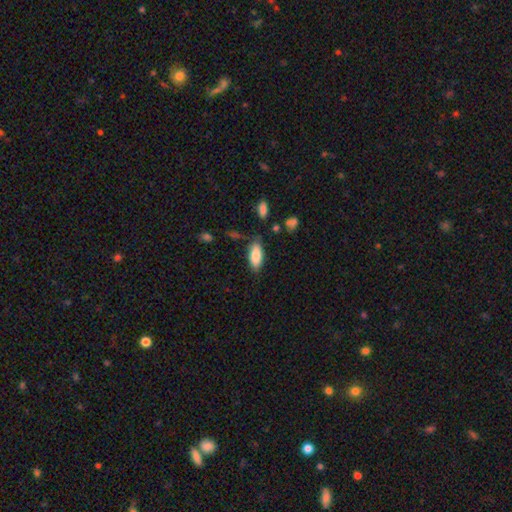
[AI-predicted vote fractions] This appears to be a smooth galaxy with no disk features (84%) that is in between round and cigar-shaped (81%). Merging: none (73%).